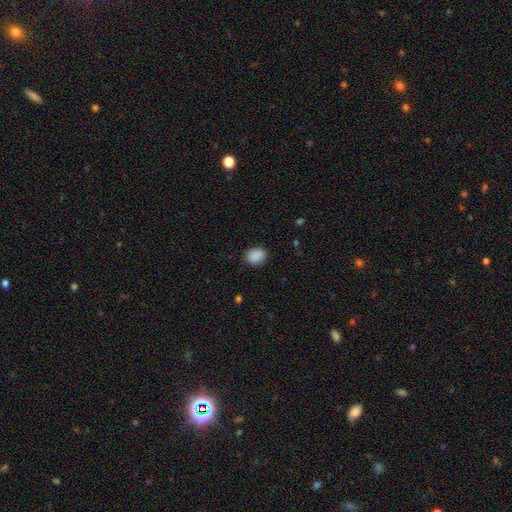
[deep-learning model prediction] Smooth or featured? Predicted: smooth (p=0.89). How rounded? Predicted: round (p=0.51). Merging? Predicted: none (p=0.87).